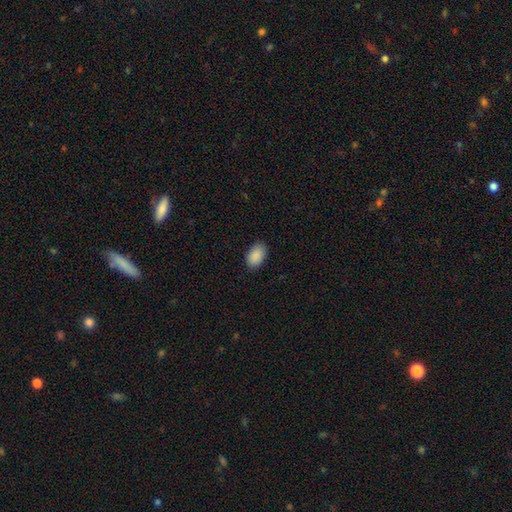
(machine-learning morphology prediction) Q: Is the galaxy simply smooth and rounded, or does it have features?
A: smooth — 91%.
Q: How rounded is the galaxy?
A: in between — 93%.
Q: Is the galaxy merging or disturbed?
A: none — 87%.